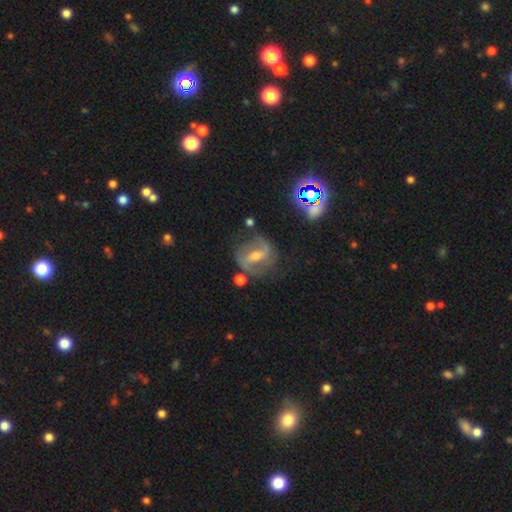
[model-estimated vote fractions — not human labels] Overall: featured or disk (78%). Edge-on disk: no (96%). Bar: strong (48%; weak 37%). Spiral arms: yes (89%). Spiral arm count: 2 (83%). Spiral winding: medium (48%; loose 27%). Bulge size: moderate (57%; small 36%). Merging: none (68%).